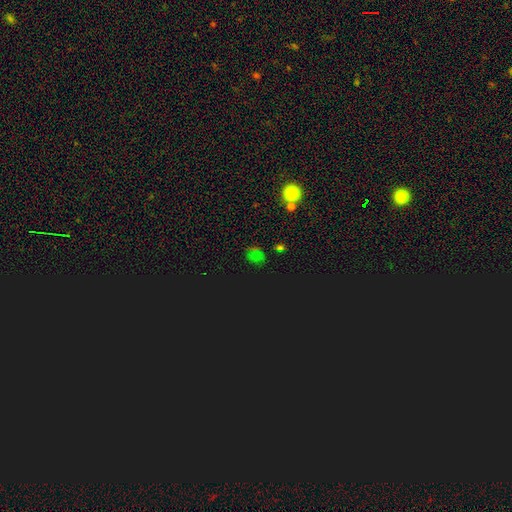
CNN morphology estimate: Smooth or featured? star or artifact (58%)